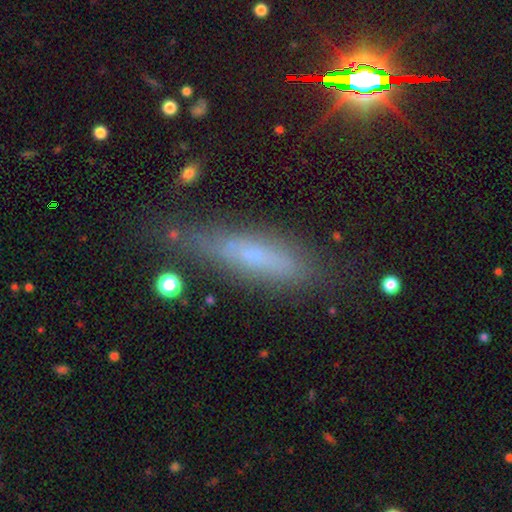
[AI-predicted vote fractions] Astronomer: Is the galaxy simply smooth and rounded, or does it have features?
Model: smooth — 52% (runner-up: featured or disk, 30%).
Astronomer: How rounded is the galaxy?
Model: cigar-shaped — 73%.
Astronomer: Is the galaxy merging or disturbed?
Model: none — 68%.